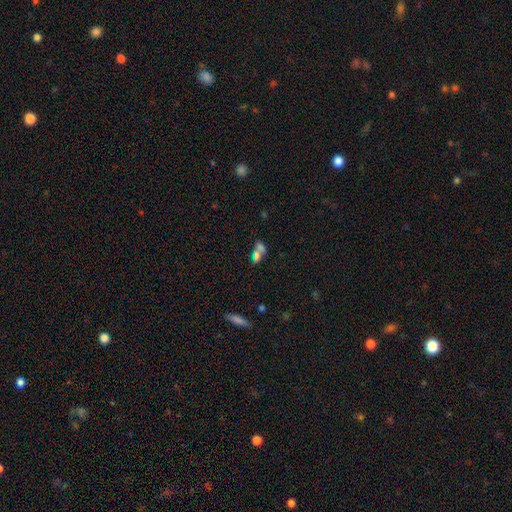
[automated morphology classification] smooth 64%, featured or disk 23%, star or artifact 12%. Down the decision tree: how rounded — in between (71%); merging — merger (58%).